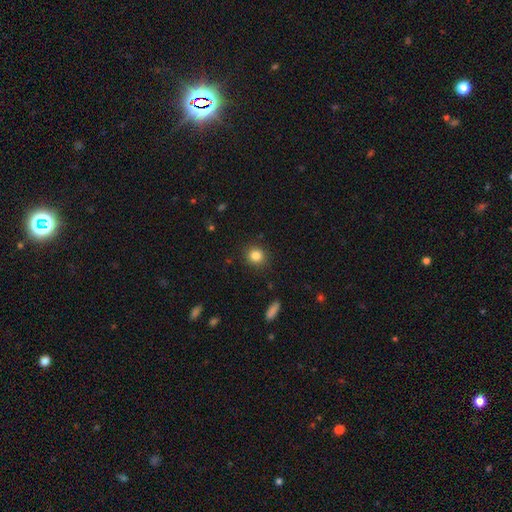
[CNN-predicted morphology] Smooth or featured? smooth (84%)
How rounded? round (89%)
Merging? none (89%)